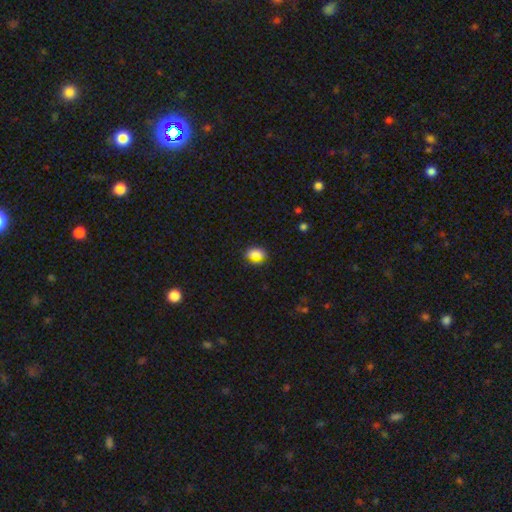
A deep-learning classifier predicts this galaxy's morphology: The model was most divided on "how rounded": in between: 57%, round: 37%, cigar-shaped: 6%. More confident: merging — none (78%); smooth or featured — smooth (71%).